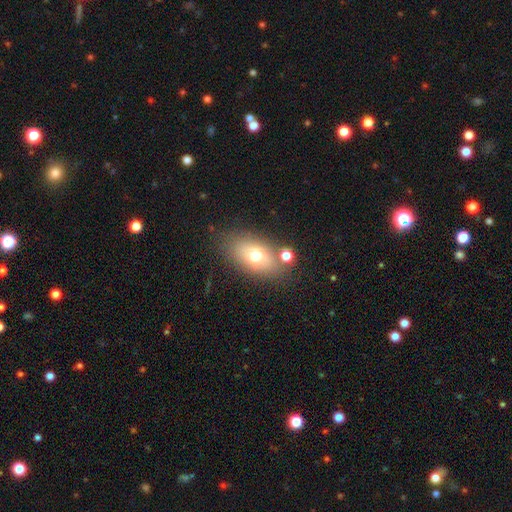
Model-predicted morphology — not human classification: smooth 69%, featured or disk 19%, star or artifact 12%. Down the decision tree: how rounded — in between (84%); merging — none (71%).